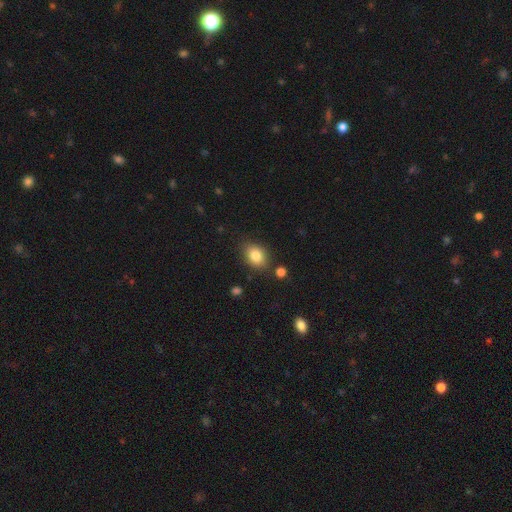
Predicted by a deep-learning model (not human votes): Overall: smooth (83%). How rounded: in between (69%; round 30%). Merging: none (81%).